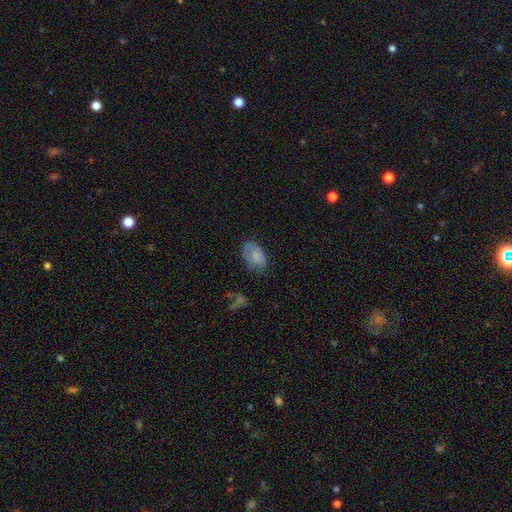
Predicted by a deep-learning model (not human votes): This appears to be a smooth galaxy with no disk features (75%) that is in between round and cigar-shaped (89%). Merging: none (61%).